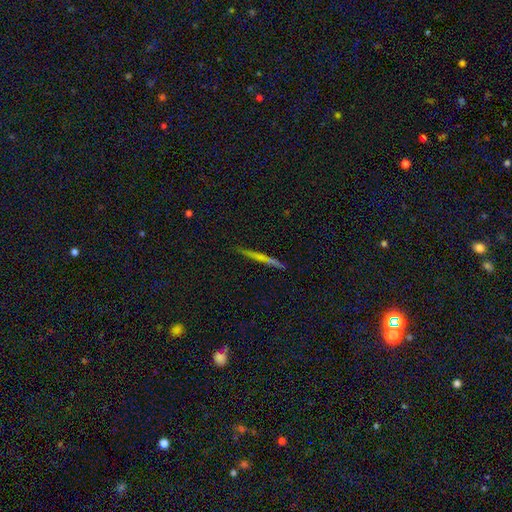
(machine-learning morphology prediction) Smooth or featured: featured or disk — 54% (smooth — 32%)
Edge-on disk: yes — 97% (no — 3%)
Edge-on bulge: none — 65% (rounded — 27%)
Merging: none — 90% (minor disturbance — 6%)